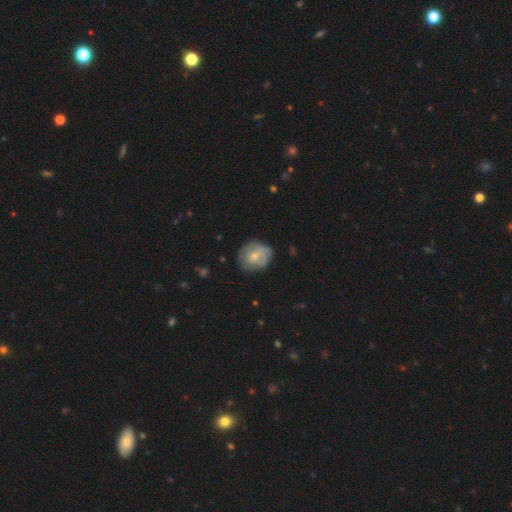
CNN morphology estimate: Overall: smooth (48%; featured or disk 45%). Merging: none (63%; minor disturbance 25%).